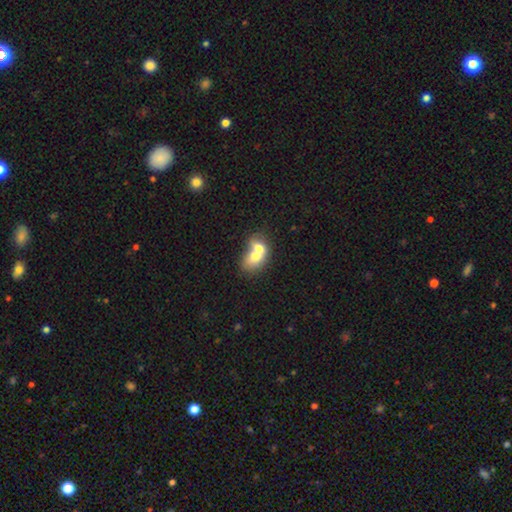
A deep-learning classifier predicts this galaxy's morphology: Smooth or featured? Predicted: smooth (p=0.66). How rounded? Predicted: in between (p=0.69). Merging? Predicted: merger (p=0.76).